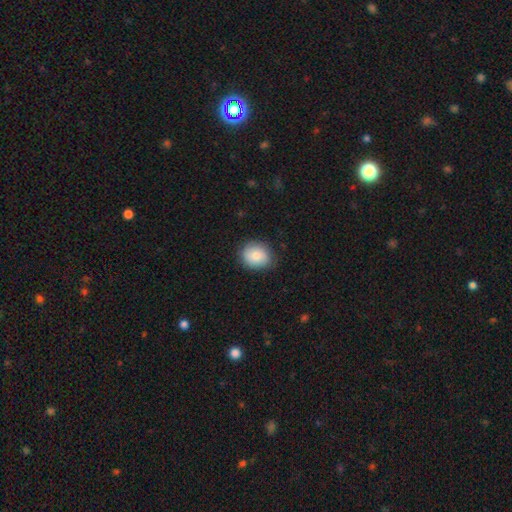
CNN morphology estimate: Smooth or featured? smooth (83%)
How rounded? round (63%)
Merging? none (84%)